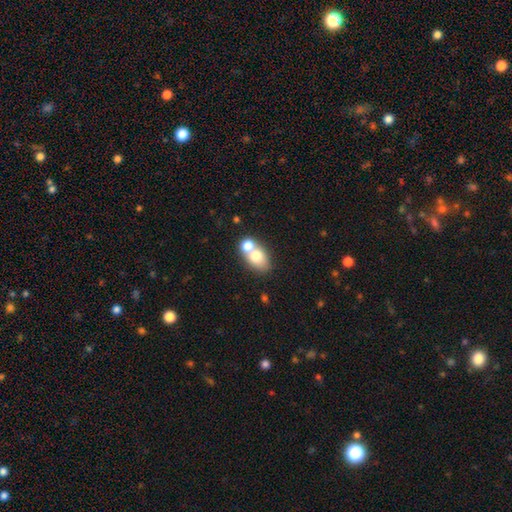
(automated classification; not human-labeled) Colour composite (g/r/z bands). It shows a smooth galaxy with no disk features (71%) that is in between round and cigar-shaped (69%). Merging: merger (56%).